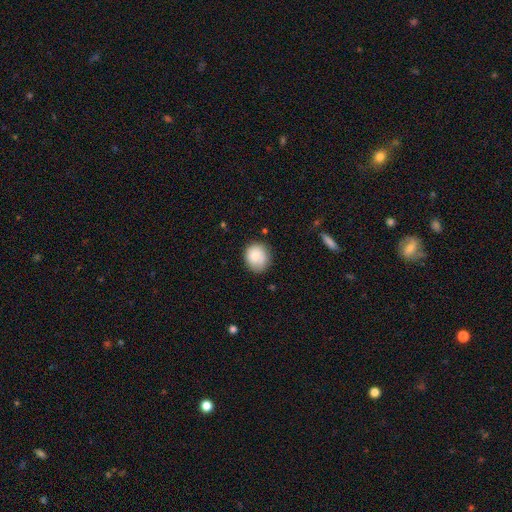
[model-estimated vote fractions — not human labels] The model was most divided on "how rounded": round: 73%, in between: 26%, cigar-shaped: 1%. More confident: smooth or featured — smooth (79%); merging — none (74%).